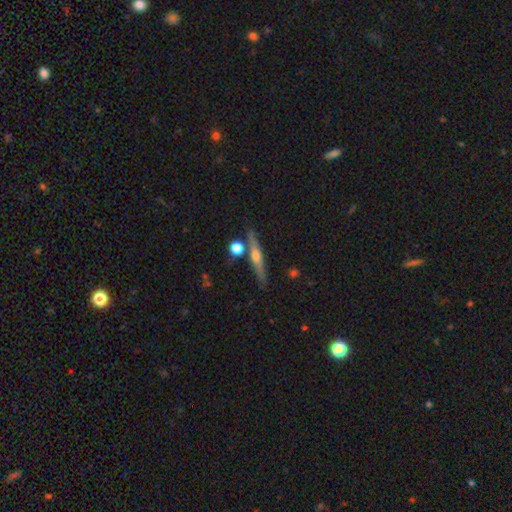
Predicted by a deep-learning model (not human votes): Morphology: type=featured or disk (59%); edge-on=yes (94%); edge-on bulge=rounded (82%); merging=none (80%).